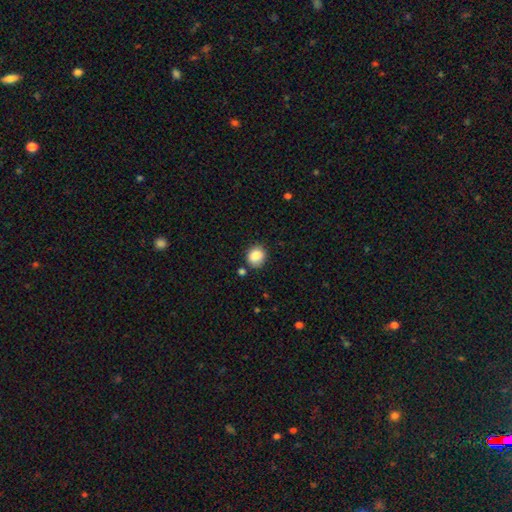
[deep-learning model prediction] Smooth or featured? Predicted: smooth (p=0.87). How rounded? Predicted: round (p=0.76). Merging? Predicted: none (p=0.76).